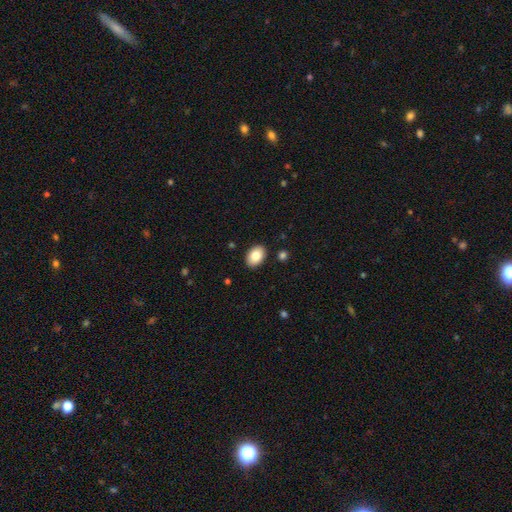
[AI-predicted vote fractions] Q: Smooth or featured?
A: smooth (84%); runner-up: featured or disk (9%)
Q: How rounded?
A: in between (87%); runner-up: round (12%)
Q: Merging?
A: none (89%); runner-up: minor disturbance (8%)